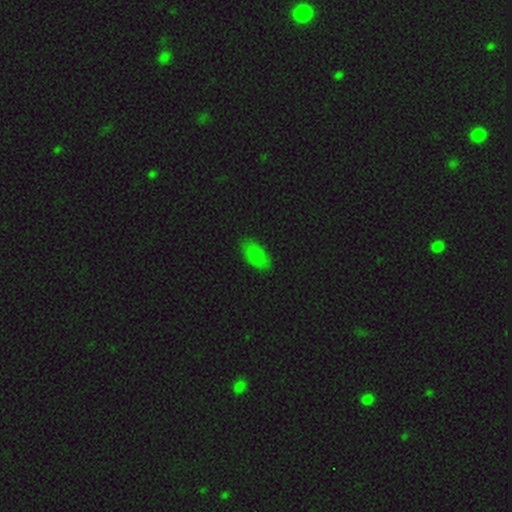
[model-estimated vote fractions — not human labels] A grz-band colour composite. It shows a smooth galaxy with no disk features (82%) that is in between round and cigar-shaped (93%). Merging: none (82%).